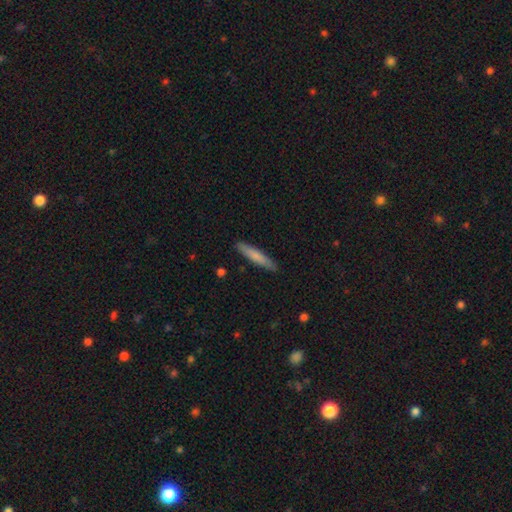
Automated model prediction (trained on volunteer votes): Smooth or featured?
  - smooth: 75% *
  - featured or disk: 20%
  - star or artifact: 5%
How rounded?
  - cigar-shaped: 92% *
  - in between: 7%
  - round: 1%
Merging?
  - none: 88% *
  - minor disturbance: 9%
  - major disturbance: 2%
  - merger: 1%